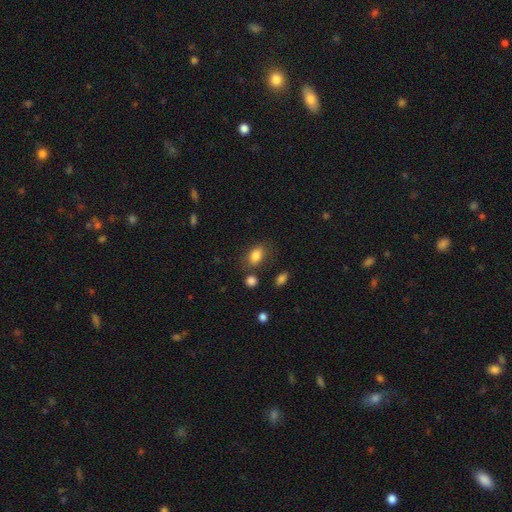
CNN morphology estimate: This appears to be a smooth galaxy with no disk features (83%) that is in between round and cigar-shaped (83%). Merging: none (73%).